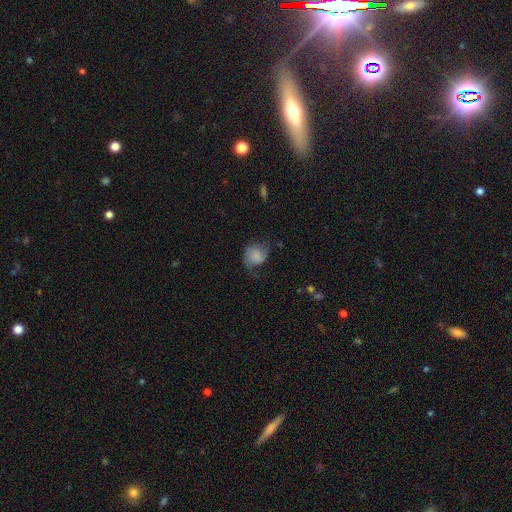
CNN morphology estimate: This is possibly a smooth galaxy (55%). How rounded: likely round (61%). Merging: possibly none (49%).